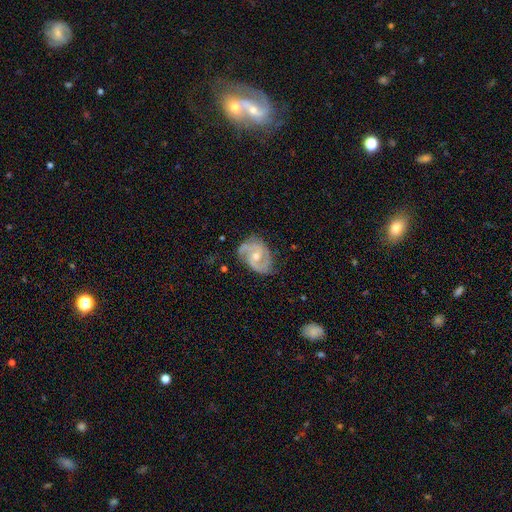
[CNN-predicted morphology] smooth-or-featured: featured or disk: 86% | smooth: 9% | star or artifact: 5%
  disk-edge-on: no: 97% | yes: 3%
    bar: no: 48% | weak: 43% | strong: 10%
    has-spiral-arms: yes: 95% | no: 5%
      spiral-winding: medium: 50% | tight: 34% | loose: 15%
      spiral-arm-count: 2: 78% | 3: 8% | can't tell: 8% | 1: 3% | 4: 2% | more than 4: 2%
    bulge-size: moderate: 63% | small: 32% | large: 2% | none: 1% | dominant: 1%
  merging: none: 63% | minor disturbance: 26% | major disturbance: 9% | merger: 2%